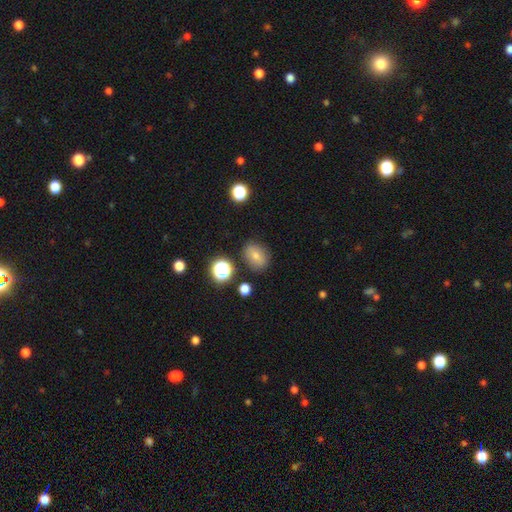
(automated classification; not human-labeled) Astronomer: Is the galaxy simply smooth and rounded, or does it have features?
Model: smooth — 59%.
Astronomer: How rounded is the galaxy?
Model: in between — 54% (runner-up: round, 45%).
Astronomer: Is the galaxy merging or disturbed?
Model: none — 82%.